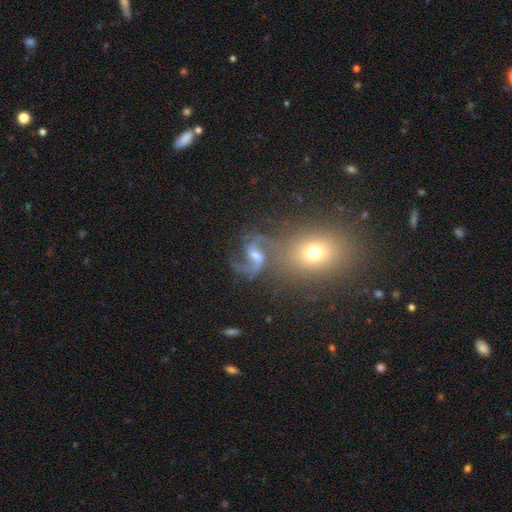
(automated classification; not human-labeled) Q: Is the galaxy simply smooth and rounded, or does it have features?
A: featured or disk — 84%.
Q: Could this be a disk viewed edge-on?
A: no — 98%.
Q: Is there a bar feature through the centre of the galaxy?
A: weak — 48%.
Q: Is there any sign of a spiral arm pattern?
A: yes — 96%.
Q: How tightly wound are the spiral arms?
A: loose — 51%.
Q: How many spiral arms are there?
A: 2 — 92%.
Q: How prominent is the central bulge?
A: moderate — 45%.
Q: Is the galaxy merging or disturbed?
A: none — 53%.